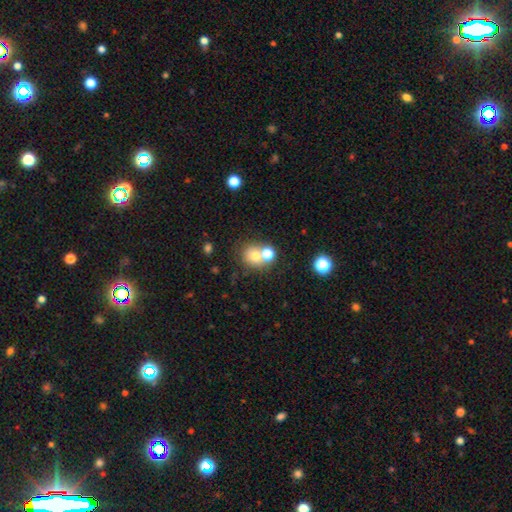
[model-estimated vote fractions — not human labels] smooth 71%, star or artifact 15%, featured or disk 15%. Down the decision tree: how rounded — round (80%); merging — none (50%).